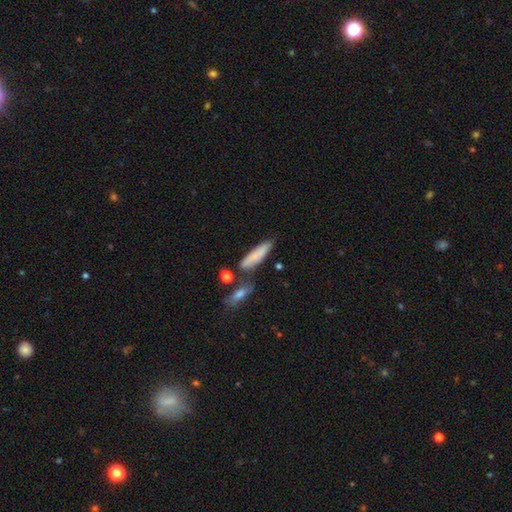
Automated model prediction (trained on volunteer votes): smooth 79%, featured or disk 14%, star or artifact 7%. Down the decision tree: how rounded — cigar-shaped (65%); merging — none (62%).